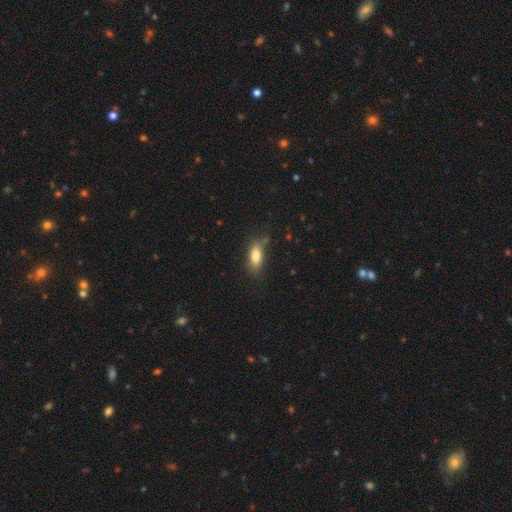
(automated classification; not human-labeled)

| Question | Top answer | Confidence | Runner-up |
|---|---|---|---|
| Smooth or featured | smooth | 81% | featured or disk (11%) |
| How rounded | in between | 78% | cigar-shaped (19%) |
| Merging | none | 74% | minor disturbance (18%) |